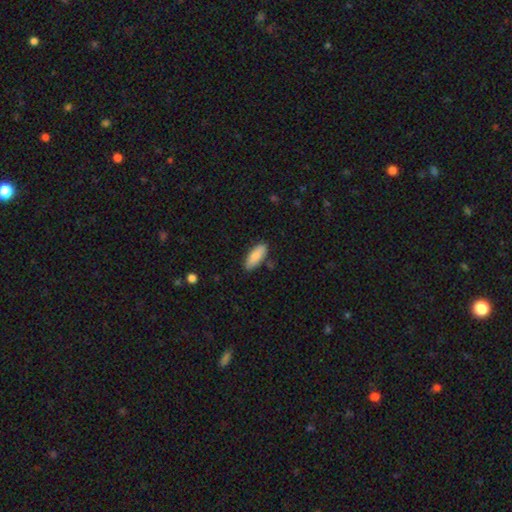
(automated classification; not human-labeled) smooth 85%, featured or disk 9%, star or artifact 6%. Down the decision tree: how rounded — in between (75%); merging — none (85%).